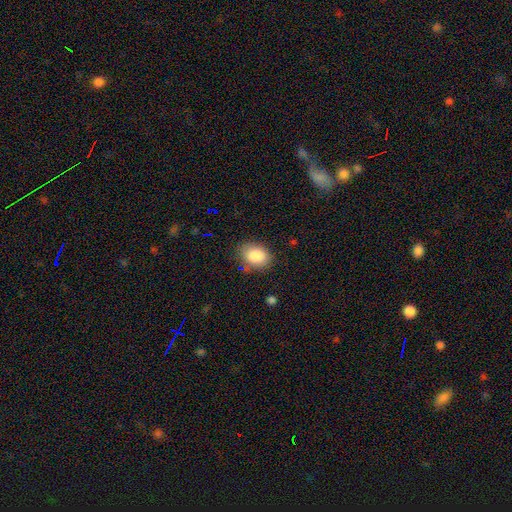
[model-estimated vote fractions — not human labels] Overall: smooth (87%). How rounded: in between (74%). Merging: none (80%).